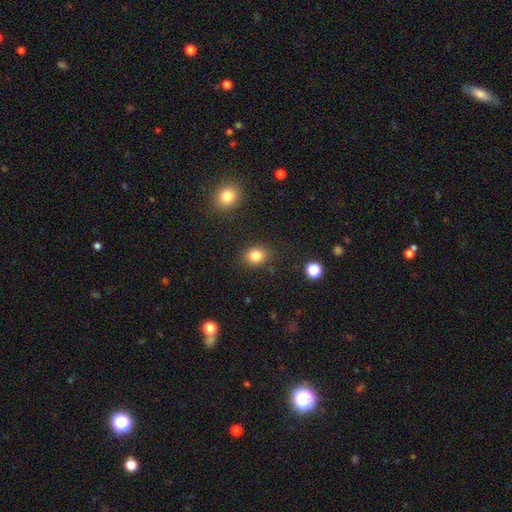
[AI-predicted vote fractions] Smooth or featured? Predicted: smooth (p=0.84). How rounded? Predicted: round (p=0.57). Merging? Predicted: none (p=0.85).